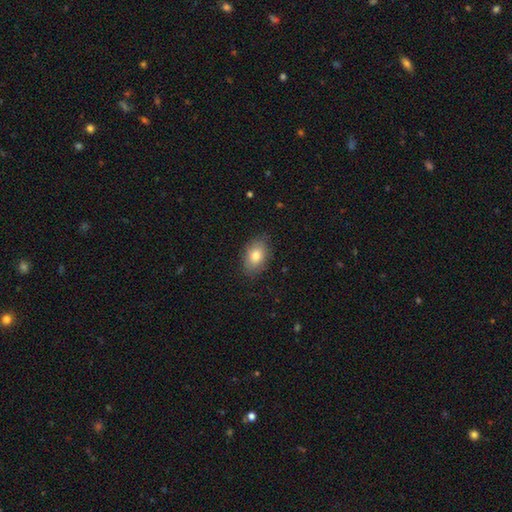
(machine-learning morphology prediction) type=smooth (79%); roundness=in between (86%); merging=none (83%).